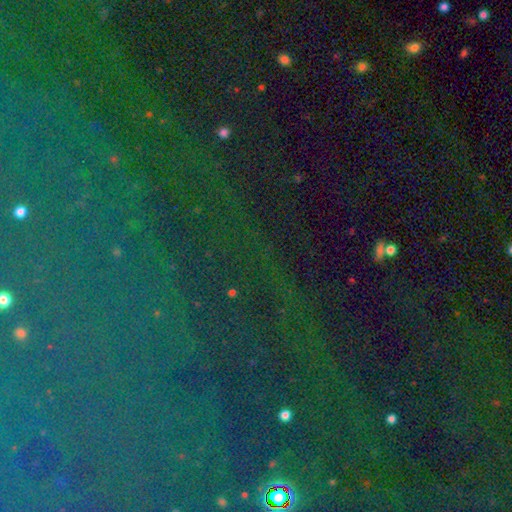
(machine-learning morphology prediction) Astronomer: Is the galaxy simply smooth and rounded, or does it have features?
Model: star or artifact — 84%.